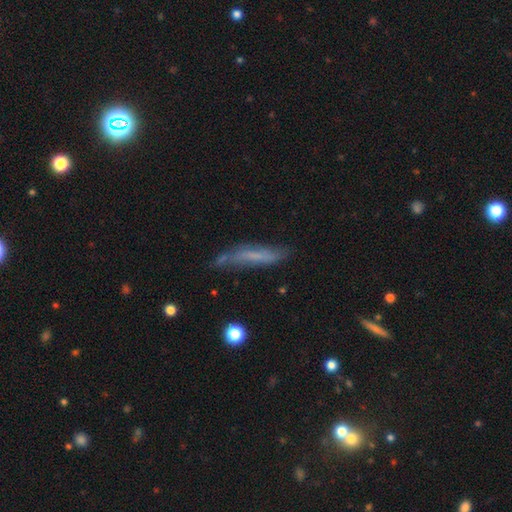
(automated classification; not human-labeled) The model was most divided on "smooth or featured": smooth: 50%, featured or disk: 41%, star or artifact: 10%. More confident: merging — none (58%).